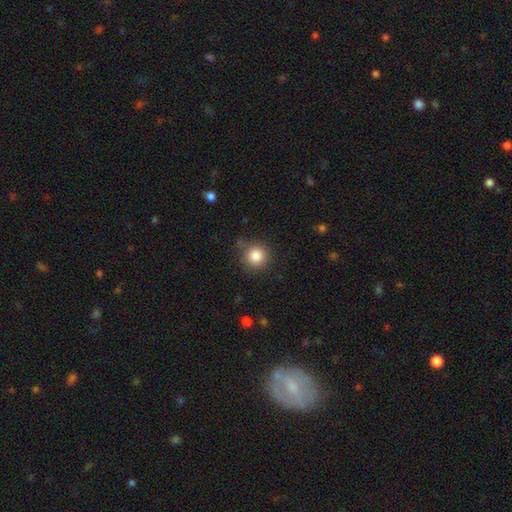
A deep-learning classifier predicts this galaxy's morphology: Smooth or featured?
  - smooth: 85% *
  - star or artifact: 10%
  - featured or disk: 5%
How rounded?
  - round: 93% *
  - in between: 6%
  - cigar-shaped: 1%
Merging?
  - none: 81% *
  - minor disturbance: 12%
  - major disturbance: 4%
  - merger: 3%